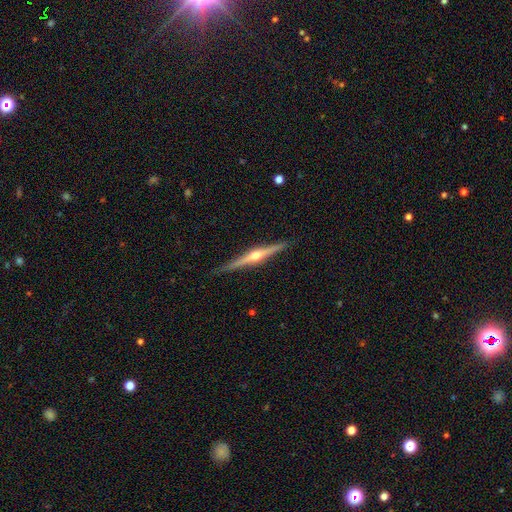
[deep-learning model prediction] smooth_or_featured: featured or disk (p=0.81) [alt: smooth p=0.14]
disk_edge_on: yes (p=0.98) [alt: no p=0.02]
edge_on_bulge: rounded (p=0.94) [alt: none p=0.03]
merging: none (p=0.90) [alt: minor disturbance p=0.08]